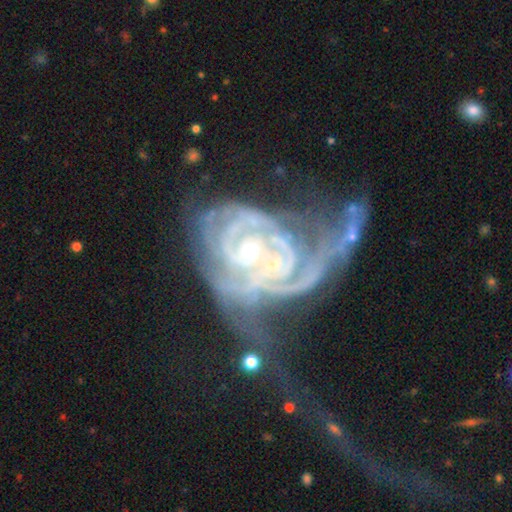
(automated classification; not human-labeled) Smooth or featured? featured or disk (88%)
Edge-on disk? no (97%)
Bar? no (72%)
Spiral arms? yes (95%)
Spiral winding? tight (70%)
Spiral arm count? can't tell (31%)
Bulge size? small (70%)
Merging? merger (47%)